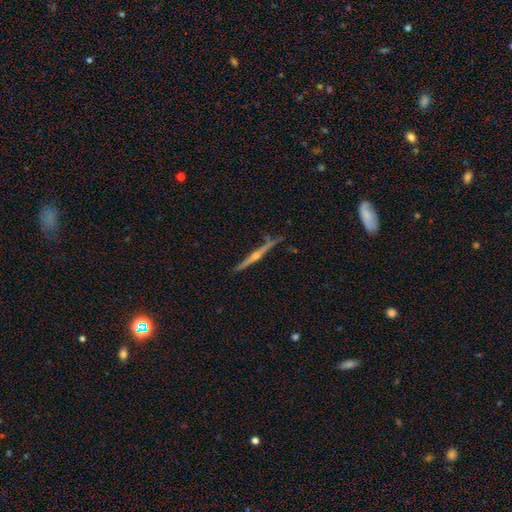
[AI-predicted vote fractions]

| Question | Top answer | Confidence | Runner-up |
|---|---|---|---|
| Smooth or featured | featured or disk | 83% | smooth (11%) |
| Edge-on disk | yes | 98% | no (2%) |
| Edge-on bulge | rounded | 90% | none (7%) |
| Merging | none | 87% | minor disturbance (9%) |